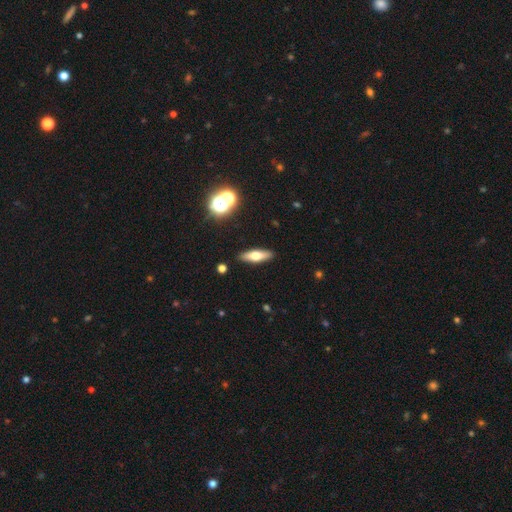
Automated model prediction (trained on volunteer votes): Smooth or featured: smooth — 56% (featured or disk — 35%)
How rounded: cigar-shaped — 51% (in between — 45%)
Merging: none — 88% (minor disturbance — 8%)